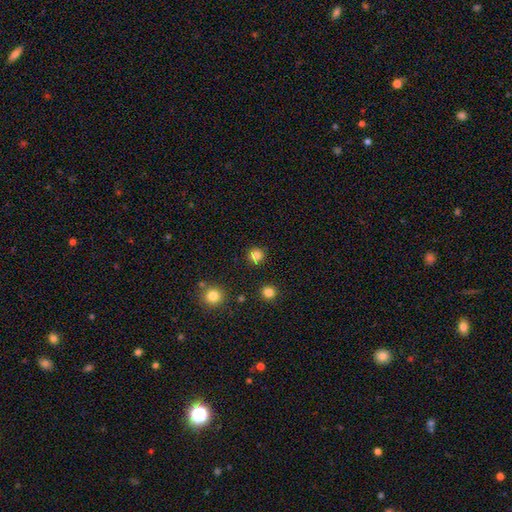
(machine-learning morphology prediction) smooth_or_featured: smooth (p=0.81) [alt: star or artifact p=0.14]
how_rounded: round (p=0.91) [alt: in between p=0.08]
merging: none (p=0.82) [alt: minor disturbance p=0.08]